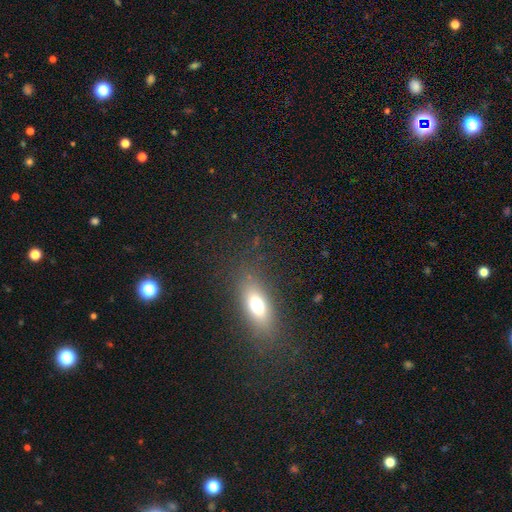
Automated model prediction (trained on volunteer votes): Smooth or featured?
  - smooth: 59% *
  - featured or disk: 21%
  - star or artifact: 20%
How rounded?
  - in between: 61% *
  - cigar-shaped: 28%
  - round: 10%
Merging?
  - none: 85% *
  - minor disturbance: 9%
  - major disturbance: 4%
  - merger: 2%